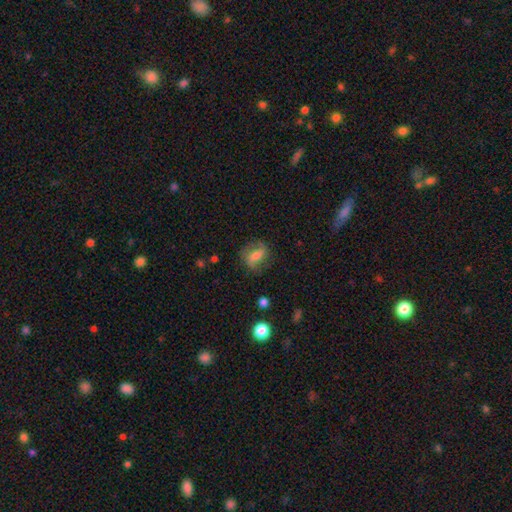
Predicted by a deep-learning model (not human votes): smooth 46%, featured or disk 45%, star or artifact 9%. Down the decision tree: merging — none (70%).